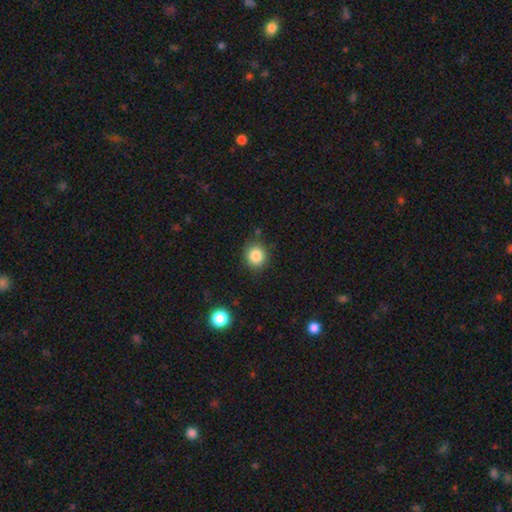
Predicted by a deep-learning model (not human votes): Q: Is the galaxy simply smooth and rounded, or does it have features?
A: smooth — 84%.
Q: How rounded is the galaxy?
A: round — 88%.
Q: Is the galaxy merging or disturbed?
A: none — 84%.